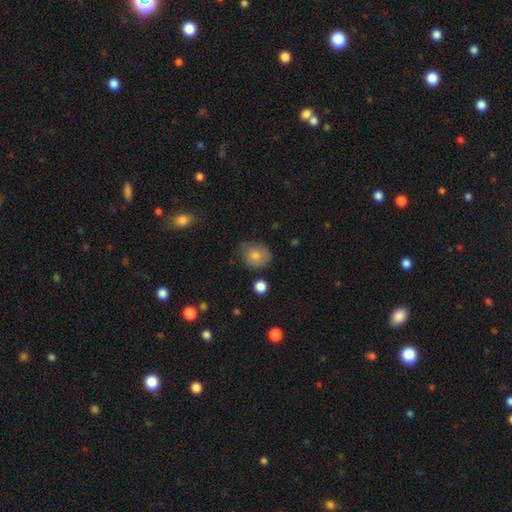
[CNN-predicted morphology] A smooth galaxy with no disk features (79%) that is round (61%). Merging: none (66%).